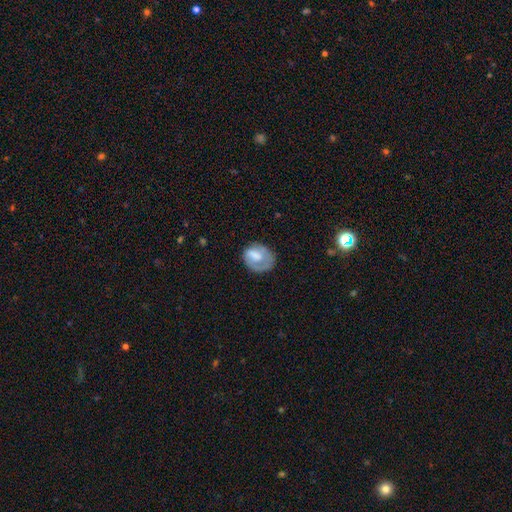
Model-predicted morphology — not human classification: Smooth or featured? Predicted: smooth (p=0.58). How rounded? Predicted: round (p=0.51). Merging? Predicted: none (p=0.50).